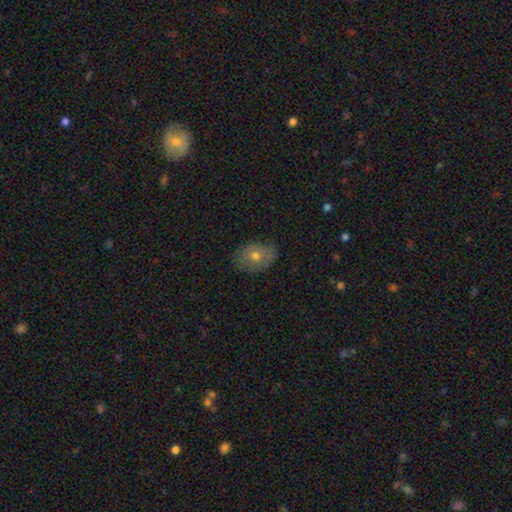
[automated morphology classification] Smooth or featured: smooth — 60% (featured or disk — 29%)
How rounded: in between — 70% (round — 29%)
Merging: none — 77% (minor disturbance — 18%)